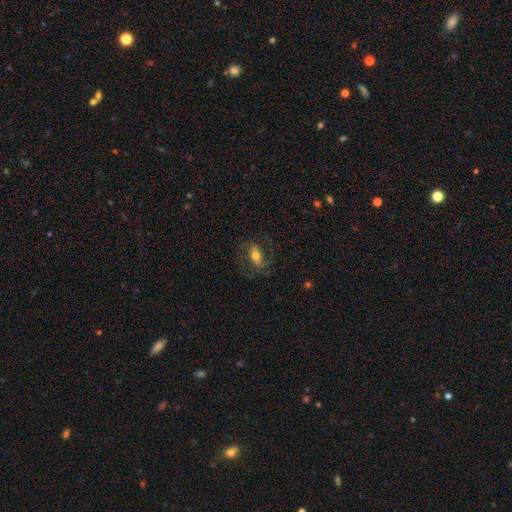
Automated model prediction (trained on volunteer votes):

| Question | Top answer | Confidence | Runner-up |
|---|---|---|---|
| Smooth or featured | featured or disk | 48% | smooth (43%) |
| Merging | none | 70% | minor disturbance (16%) |